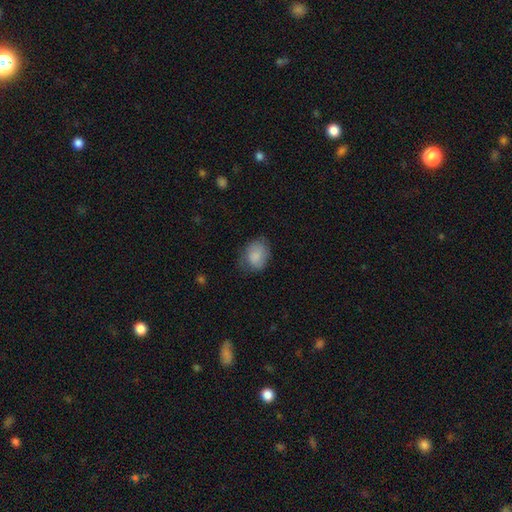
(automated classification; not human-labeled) This appears to be a smooth galaxy with no disk features (83%) that is in between round and cigar-shaped (61%). Merging: none (60%).